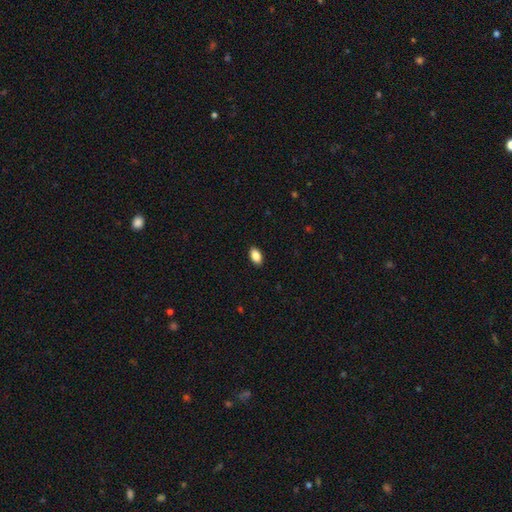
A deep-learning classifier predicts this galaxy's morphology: This is clearly a smooth galaxy (87%). How rounded: clearly in between (91%). Merging: clearly none (90%).